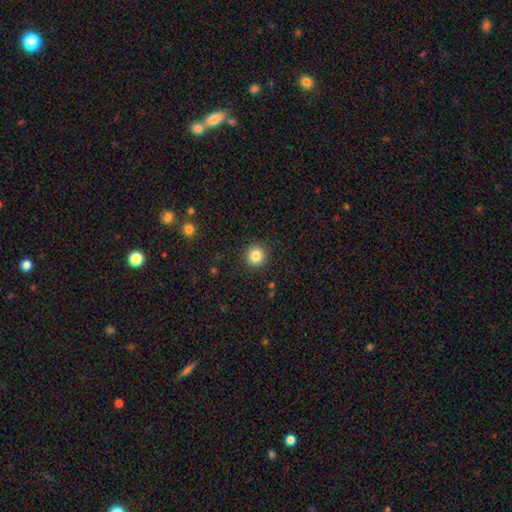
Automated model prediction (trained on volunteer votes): Smooth or featured? Predicted: smooth (p=0.84). How rounded? Predicted: round (p=0.94). Merging? Predicted: none (p=0.92).